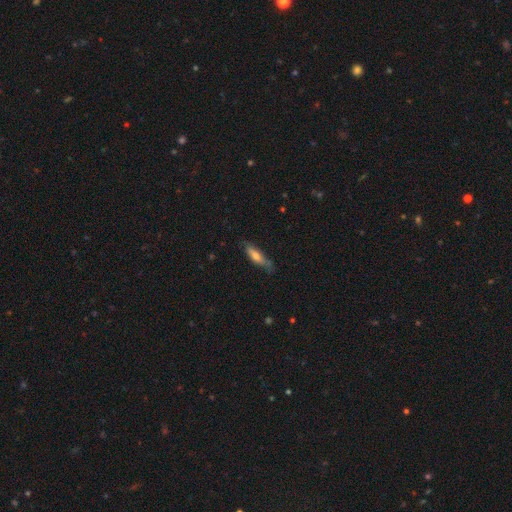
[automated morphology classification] smooth-or-featured: smooth: 59% | featured or disk: 34% | star or artifact: 7%
  how-rounded: cigar-shaped: 65% | in between: 34% | round: 2%
  merging: none: 64% | minor disturbance: 27% | major disturbance: 7% | merger: 2%